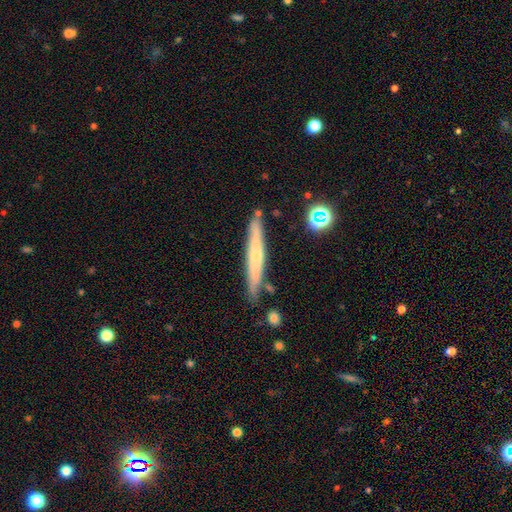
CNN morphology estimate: Smooth or featured?
  - smooth: 50% *
  - featured or disk: 44%
  - star or artifact: 7%
Merging?
  - none: 82% *
  - minor disturbance: 12%
  - merger: 4%
  - major disturbance: 2%